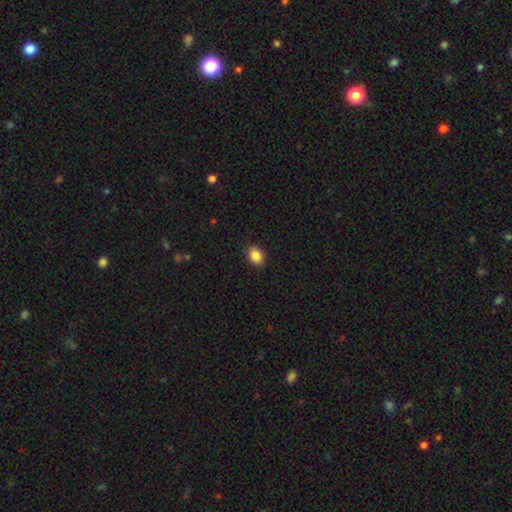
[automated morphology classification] type=smooth (87%); roundness=in between (71%); merging=none (88%).